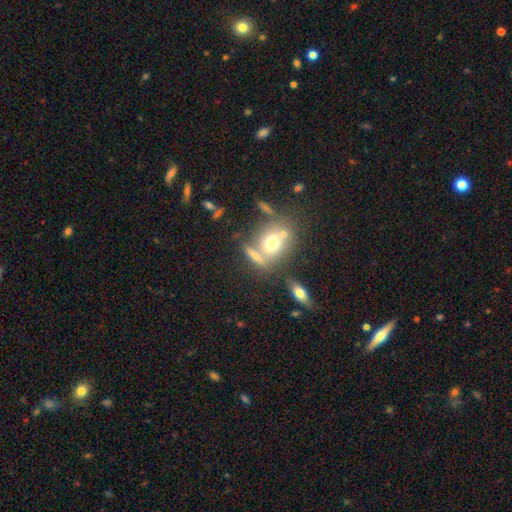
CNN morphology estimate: A smooth galaxy with no disk features (62%) that is round (44%).

Vote fractions:
- Smooth or featured? smooth: 62% / featured or disk: 23% / star or artifact: 15%
- How rounded? round: 44% / in between: 38% / cigar-shaped: 18%
- Merging? none: 58% / merger: 25% / minor disturbance: 12% / major disturbance: 6%